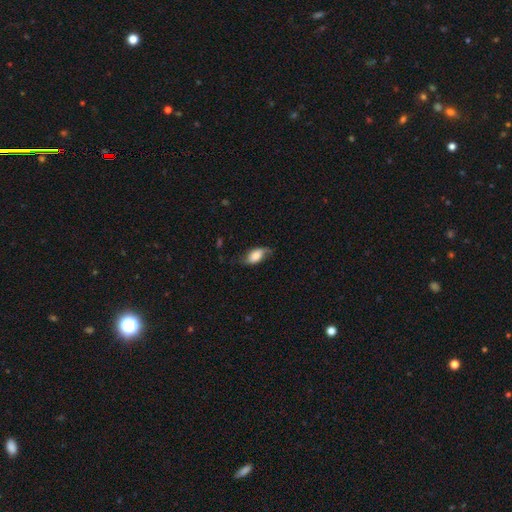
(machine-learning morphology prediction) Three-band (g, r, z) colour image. It shows a smooth galaxy with no disk features (61%) that is in between round and cigar-shaped (89%). Merging: none (59%).